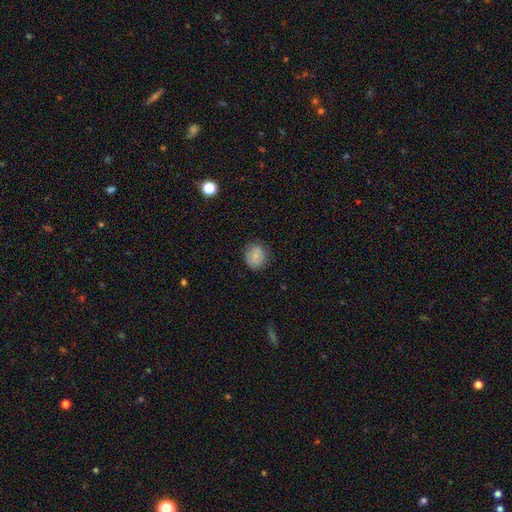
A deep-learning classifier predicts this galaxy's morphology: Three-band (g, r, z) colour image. It shows a smooth galaxy with no disk features (74%) that is round (76%). Merging: none (80%).